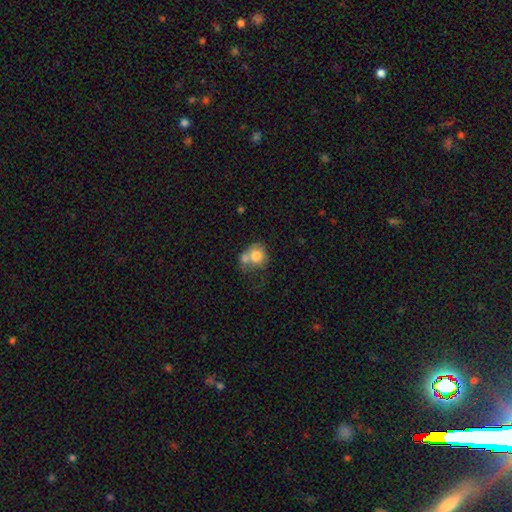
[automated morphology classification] smooth 74%, featured or disk 18%, star or artifact 8%. Down the decision tree: how rounded — round (70%); merging — merger (53%).